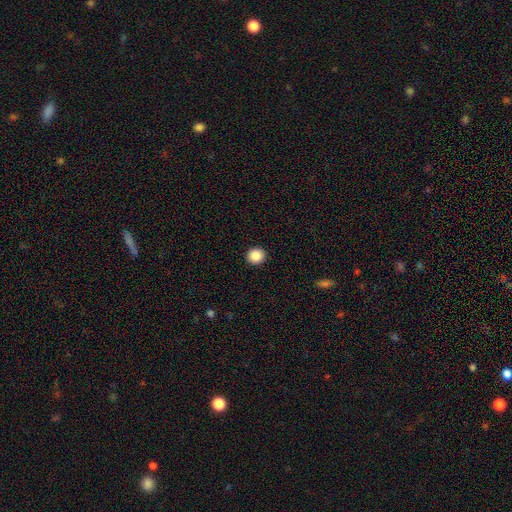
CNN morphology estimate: smooth 87%, star or artifact 9%, featured or disk 4%. Down the decision tree: how rounded — round (92%); merging — none (93%).